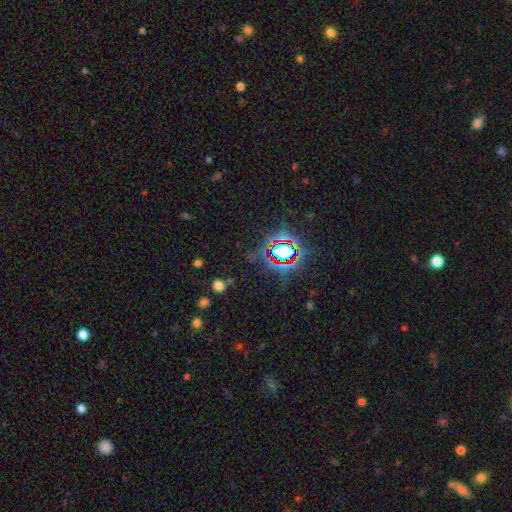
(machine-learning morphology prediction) Smooth or featured? Predicted: star or artifact (p=0.76).